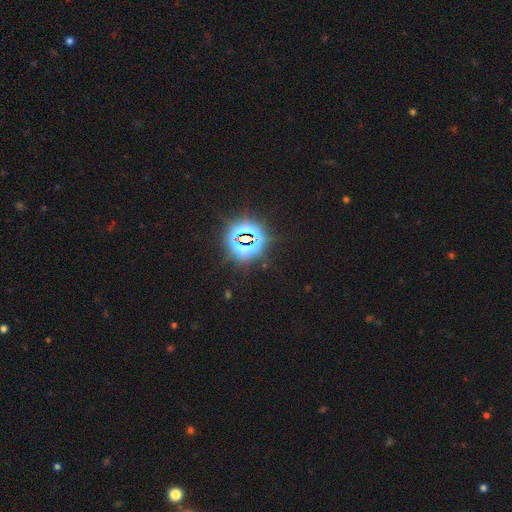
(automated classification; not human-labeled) This appears to be a star or artifact, not a galaxy (82%).